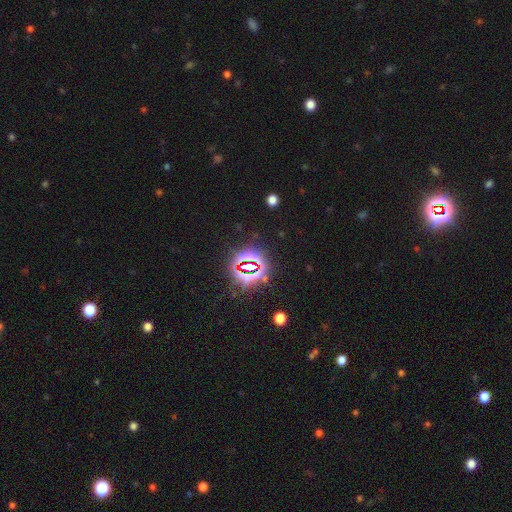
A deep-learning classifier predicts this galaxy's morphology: This is clearly a star or artifact rather than a galaxy (82%).